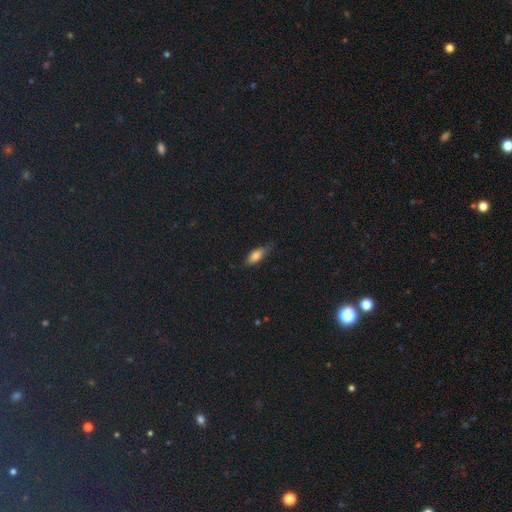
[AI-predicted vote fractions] smooth 79%, featured or disk 11%, star or artifact 11%. Down the decision tree: how rounded — in between (80%); merging — none (66%).